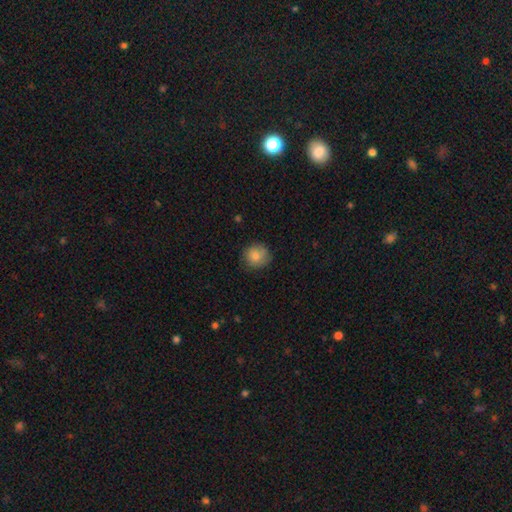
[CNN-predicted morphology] smooth 82%, featured or disk 10%, star or artifact 8%. Down the decision tree: how rounded — round (89%); merging — none (78%).